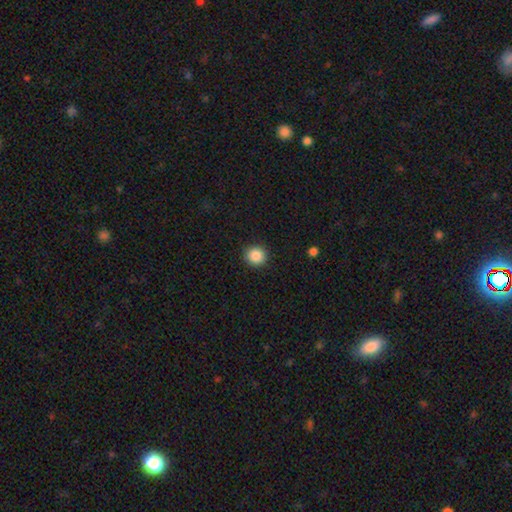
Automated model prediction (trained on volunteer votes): Q: Smooth or featured?
A: smooth (88%); runner-up: star or artifact (9%)
Q: How rounded?
A: round (92%); runner-up: in between (7%)
Q: Merging?
A: none (91%); runner-up: minor disturbance (6%)